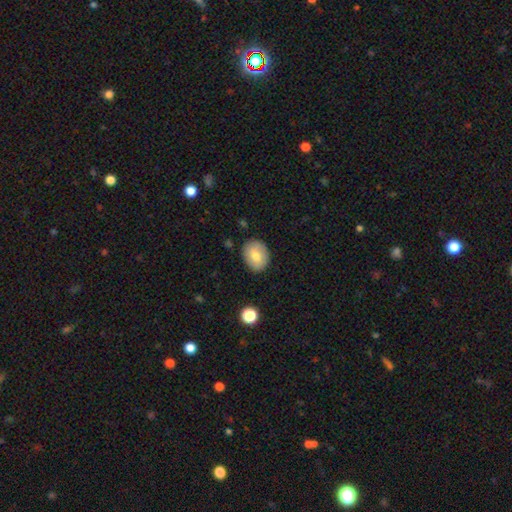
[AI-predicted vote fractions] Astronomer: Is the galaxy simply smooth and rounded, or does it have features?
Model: smooth — 73%.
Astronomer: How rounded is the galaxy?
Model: in between — 55% (runner-up: round, 44%).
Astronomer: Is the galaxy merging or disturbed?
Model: none — 85%.